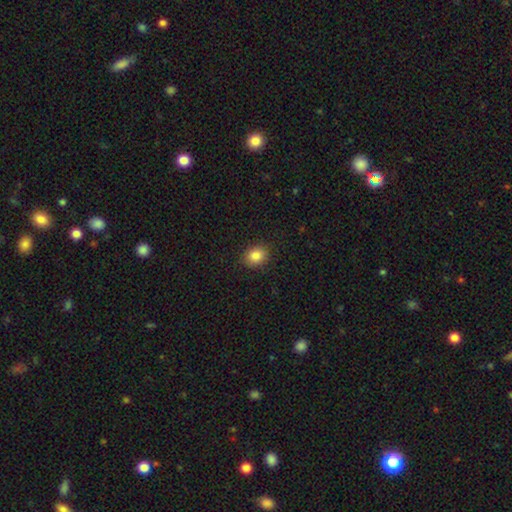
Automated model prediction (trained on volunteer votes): Overall: smooth (85%). How rounded: round (60%; in between 39%). Merging: none (89%).